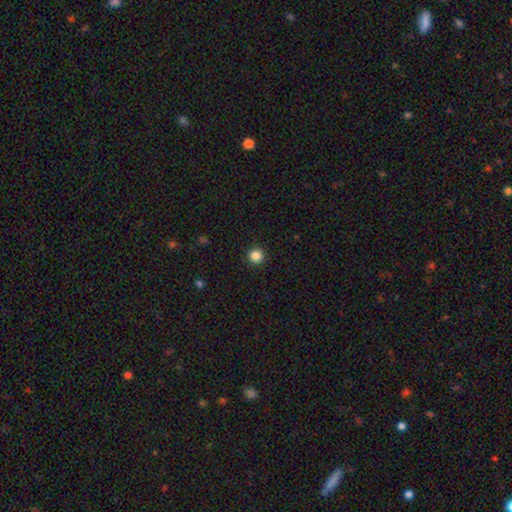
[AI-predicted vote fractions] Smooth or featured?
  - smooth: 86% *
  - star or artifact: 11%
  - featured or disk: 3%
How rounded?
  - round: 96% *
  - in between: 3%
  - cigar-shaped: 1%
Merging?
  - none: 93% *
  - minor disturbance: 5%
  - major disturbance: 2%
  - merger: 1%